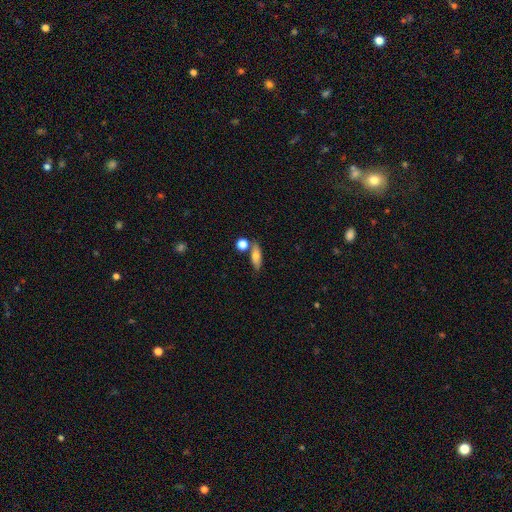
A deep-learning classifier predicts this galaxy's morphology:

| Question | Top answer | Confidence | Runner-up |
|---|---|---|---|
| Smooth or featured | smooth | 73% | featured or disk (19%) |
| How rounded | in between | 62% | cigar-shaped (31%) |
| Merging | none | 69% | merger (14%) |